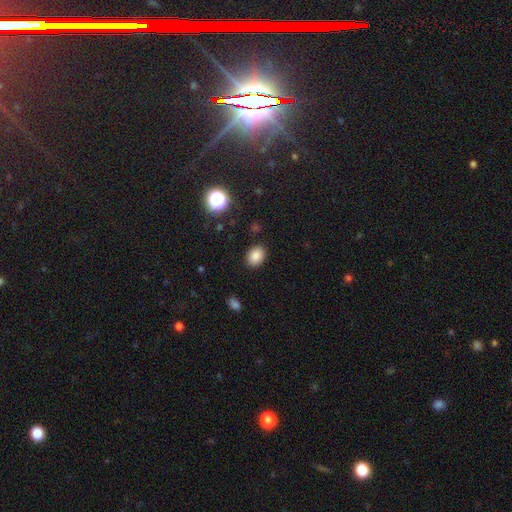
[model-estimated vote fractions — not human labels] This is clearly a smooth galaxy (85%). How rounded: likely in between (70%). Merging: clearly none (87%).